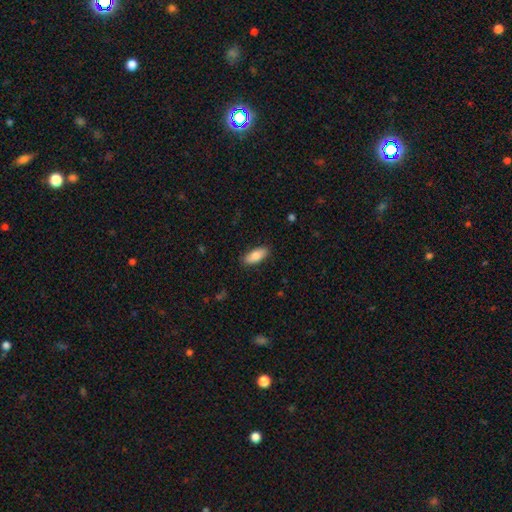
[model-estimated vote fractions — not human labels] Smooth or featured?
  - smooth: 83% *
  - featured or disk: 11%
  - star or artifact: 6%
How rounded?
  - in between: 84% *
  - cigar-shaped: 14%
  - round: 2%
Merging?
  - none: 88% *
  - minor disturbance: 9%
  - major disturbance: 2%
  - merger: 1%